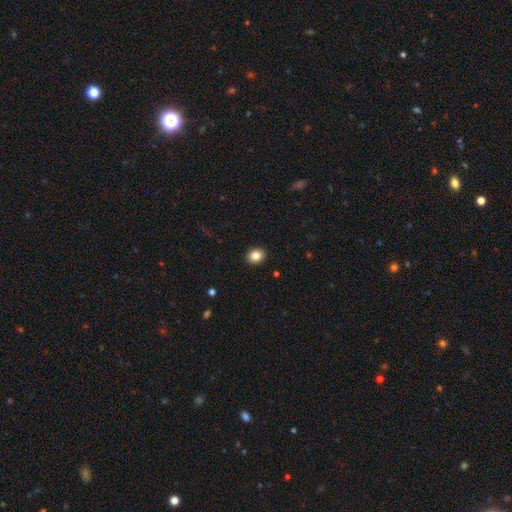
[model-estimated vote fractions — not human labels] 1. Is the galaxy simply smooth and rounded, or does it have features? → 85% smooth, 9% star or artifact, 5% featured or disk.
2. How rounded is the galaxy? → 56% round, 43% in between, 1% cigar-shaped.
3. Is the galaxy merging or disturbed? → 91% none, 6% minor disturbance, 2% major disturbance, 1% merger.